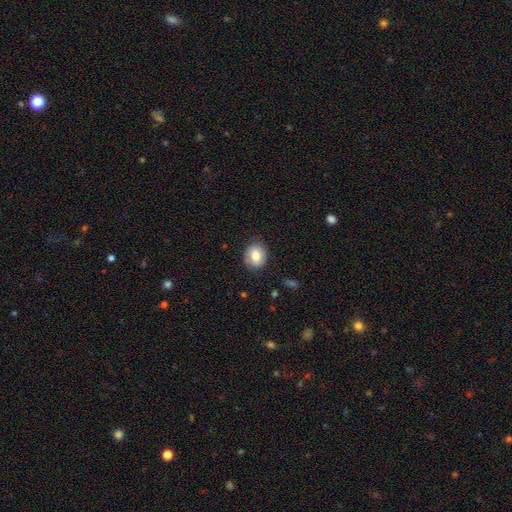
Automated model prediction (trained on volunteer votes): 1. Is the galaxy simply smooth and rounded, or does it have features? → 74% smooth, 18% featured or disk, 8% star or artifact.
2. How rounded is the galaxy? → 60% round, 40% in between, 1% cigar-shaped.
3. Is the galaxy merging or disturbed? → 80% none, 15% minor disturbance, 4% major disturbance, 1% merger.